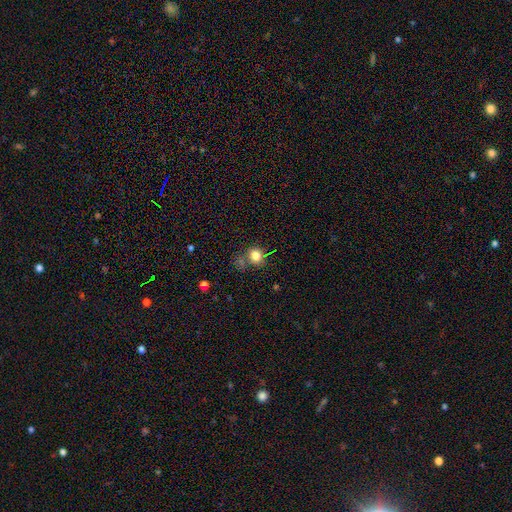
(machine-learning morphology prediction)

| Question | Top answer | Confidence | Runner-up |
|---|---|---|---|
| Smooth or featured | smooth | 79% | star or artifact (14%) |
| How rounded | round | 78% | in between (21%) |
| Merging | none | 62% | minor disturbance (17%) |